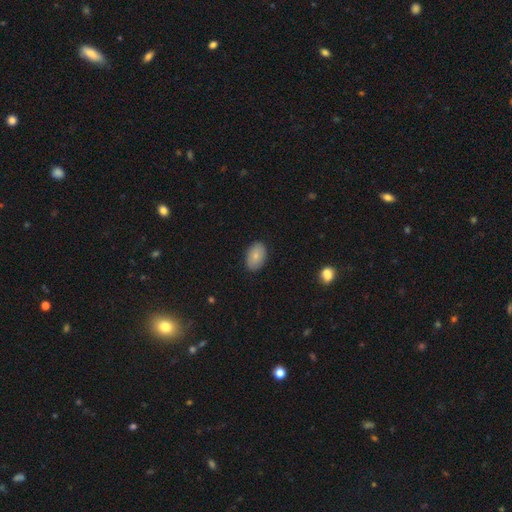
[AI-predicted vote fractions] The model was most divided on "smooth or featured": smooth: 80%, featured or disk: 13%, star or artifact: 7%. More confident: how rounded — in between (90%); merging — none (87%).